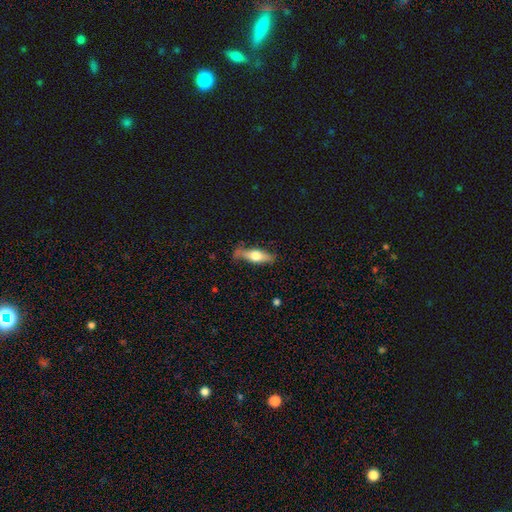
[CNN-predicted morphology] The model was most divided on "how rounded": cigar-shaped: 49%, in between: 48%, round: 3%. More confident: merging — none (69%); smooth or featured — smooth (51%).